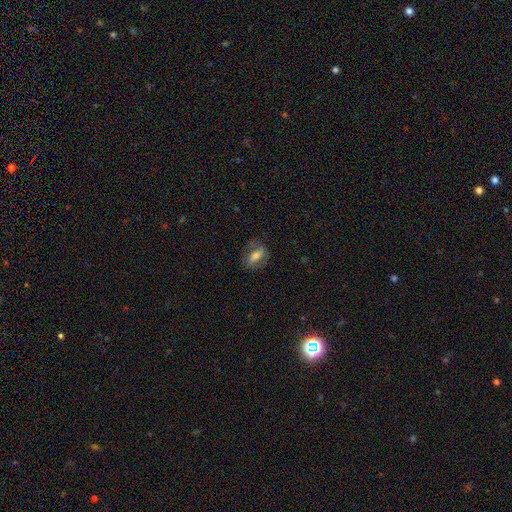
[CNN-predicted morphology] smooth_or_featured: smooth (p=0.55) [alt: featured or disk p=0.36]
how_rounded: in between (p=0.77) [alt: round p=0.14]
merging: none (p=0.70) [alt: minor disturbance p=0.18]